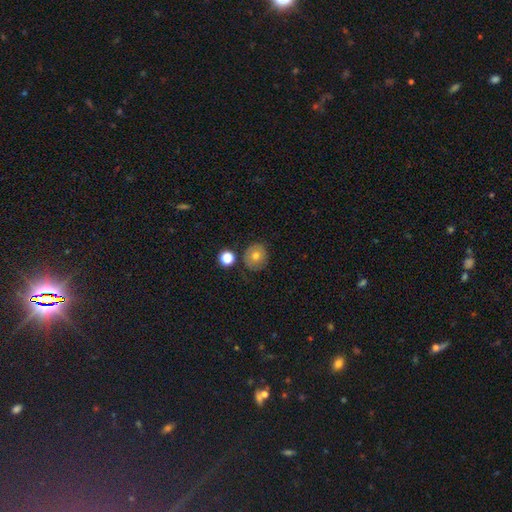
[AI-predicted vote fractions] This is likely a smooth galaxy (67%). How rounded: clearly round (84%). Merging: likely none (75%).